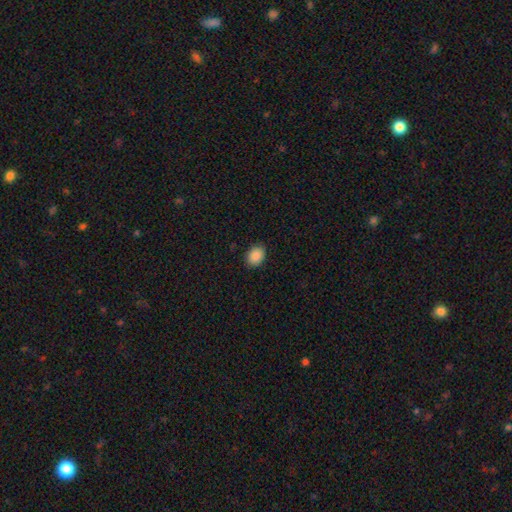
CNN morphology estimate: smooth_or_featured: smooth (p=0.89) [alt: star or artifact p=0.08]
how_rounded: in between (p=0.64) [alt: round p=0.35]
merging: none (p=0.88) [alt: minor disturbance p=0.09]